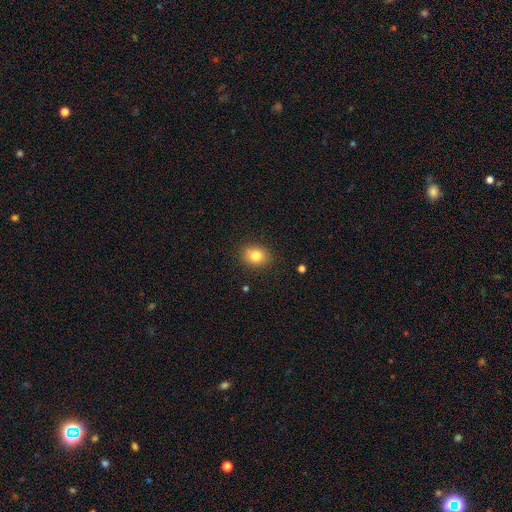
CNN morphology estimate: smooth-or-featured: smooth: 81% | star or artifact: 10% | featured or disk: 9%
  how-rounded: round: 55% | in between: 44% | cigar-shaped: 1%
  merging: none: 85% | minor disturbance: 11% | major disturbance: 3% | merger: 2%